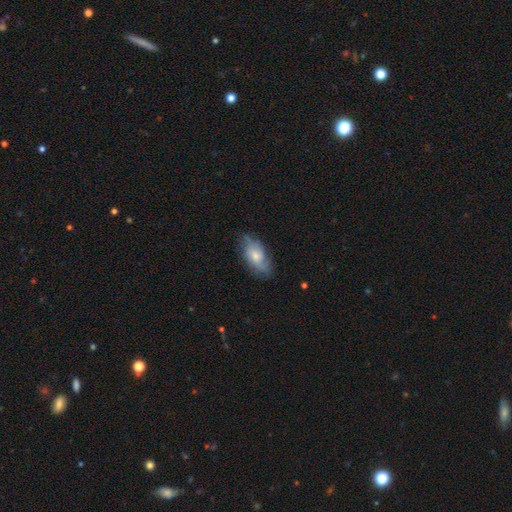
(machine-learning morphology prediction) A smooth galaxy with no disk features (47%).

Vote fractions:
- Smooth or featured? smooth: 47% / featured or disk: 45% / star or artifact: 7%
- Merging? none: 63% / minor disturbance: 27% / major disturbance: 9% / merger: 1%